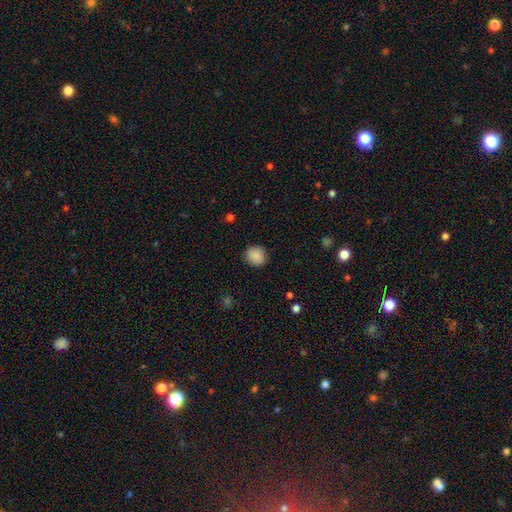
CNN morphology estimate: smooth 87%, star or artifact 8%, featured or disk 4%. Down the decision tree: how rounded — round (82%); merging — none (87%).